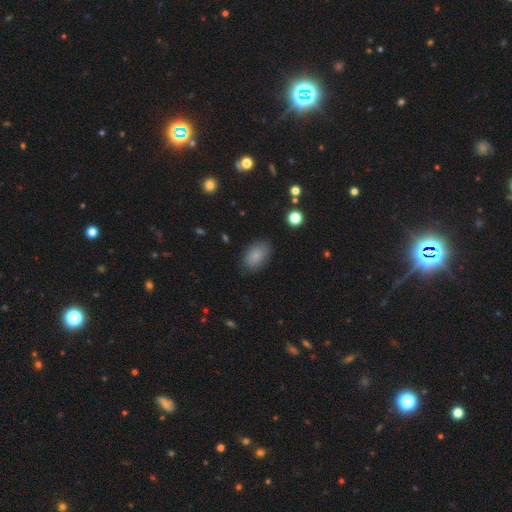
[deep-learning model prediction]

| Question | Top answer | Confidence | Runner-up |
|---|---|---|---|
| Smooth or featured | smooth | 85% | star or artifact (8%) |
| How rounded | in between | 91% | round (8%) |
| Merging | none | 83% | minor disturbance (12%) |